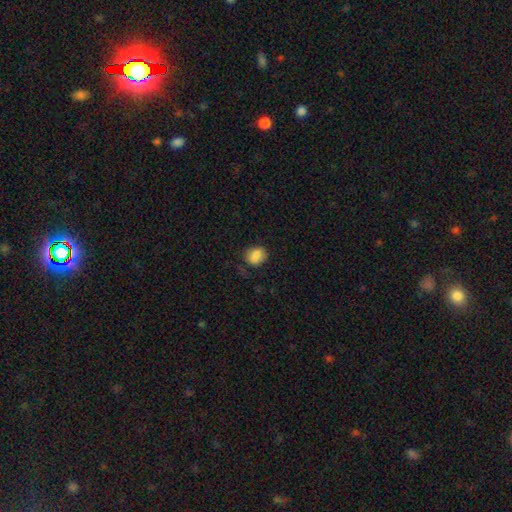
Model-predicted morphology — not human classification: Overall: smooth (84%). How rounded: round (58%; in between 41%). Merging: none (68%).